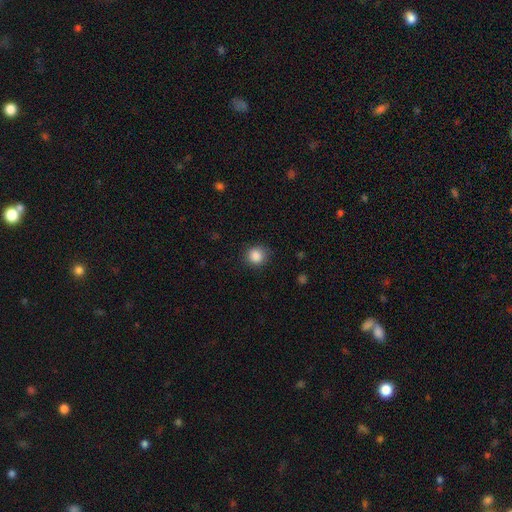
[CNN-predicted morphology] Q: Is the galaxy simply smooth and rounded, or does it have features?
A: smooth — 87%.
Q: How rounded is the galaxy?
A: round — 88%.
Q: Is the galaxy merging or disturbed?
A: none — 84%.